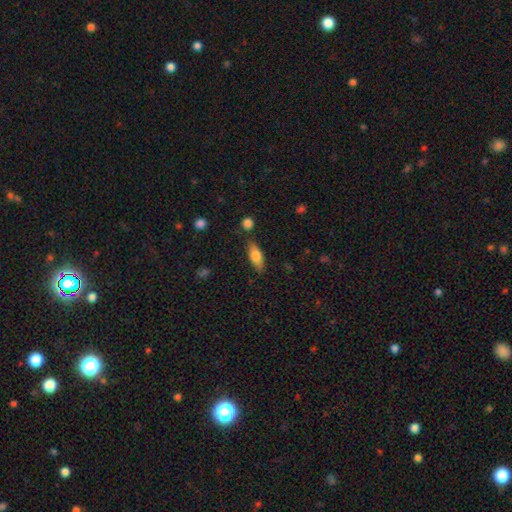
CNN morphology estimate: smooth_or_featured: smooth (p=0.72) [alt: featured or disk p=0.21]
how_rounded: in between (p=0.68) [alt: cigar-shaped p=0.29]
merging: none (p=0.79) [alt: minor disturbance p=0.14]